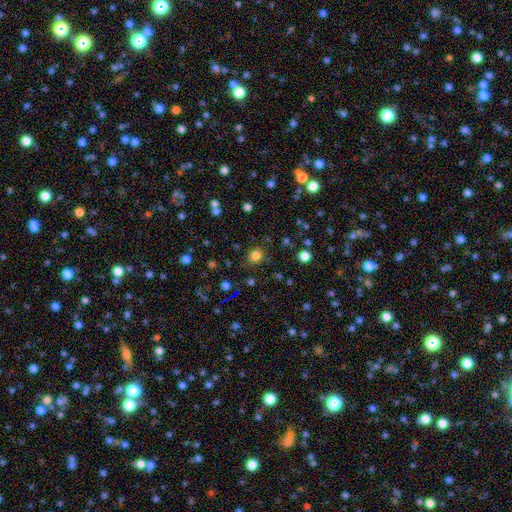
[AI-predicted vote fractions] Morphology: type=smooth (80%); roundness=round (84%); merging=none (85%).